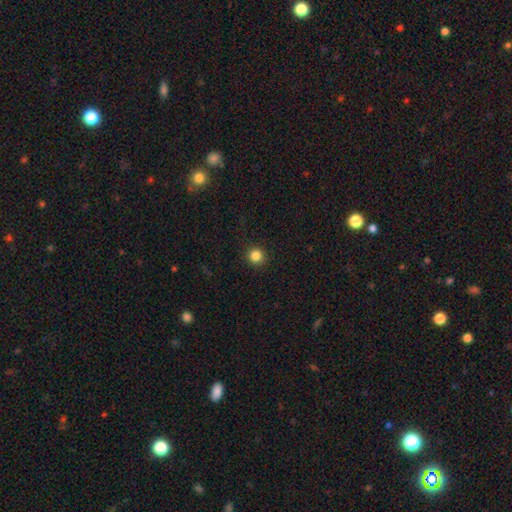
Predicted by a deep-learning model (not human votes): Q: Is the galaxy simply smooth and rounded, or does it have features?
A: smooth — 85%.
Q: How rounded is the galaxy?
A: round — 95%.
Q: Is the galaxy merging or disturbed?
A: none — 93%.